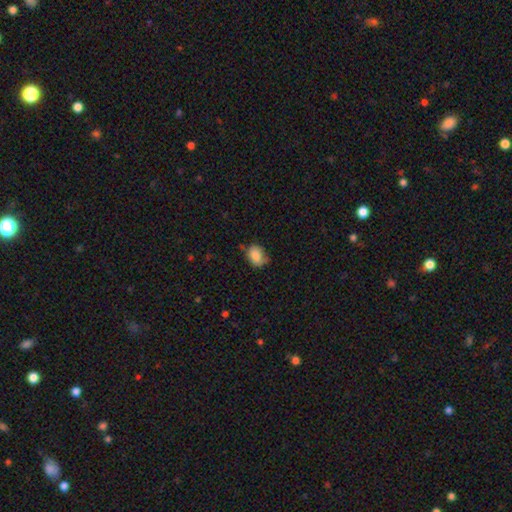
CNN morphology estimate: type=smooth (83%); roundness=in between (67%); merging=none (61%).